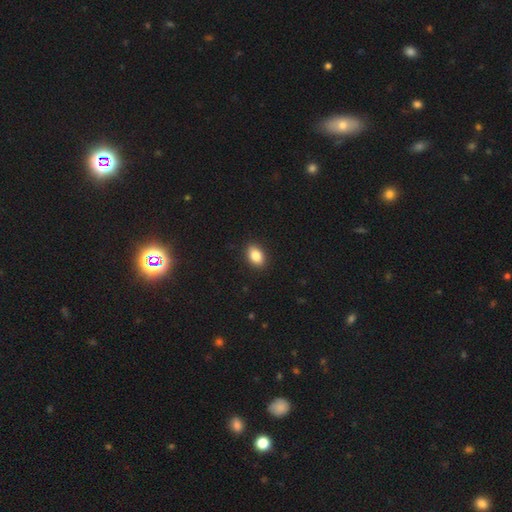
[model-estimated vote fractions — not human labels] Overall: smooth (85%). How rounded: in between (85%). Merging: none (90%).